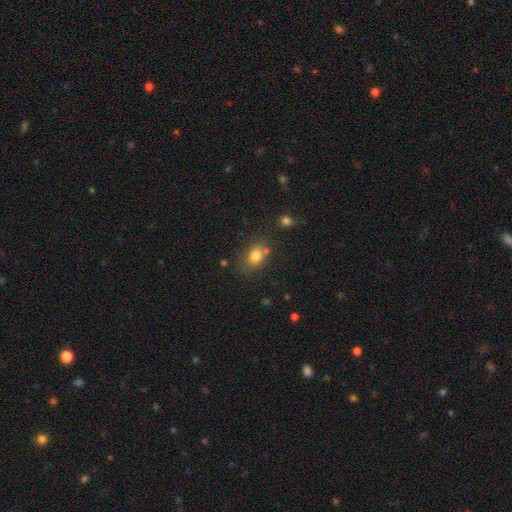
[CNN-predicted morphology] Q: Smooth or featured?
A: smooth (79%); runner-up: star or artifact (11%)
Q: How rounded?
A: in between (65%); runner-up: round (33%)
Q: Merging?
A: none (66%); runner-up: minor disturbance (17%)